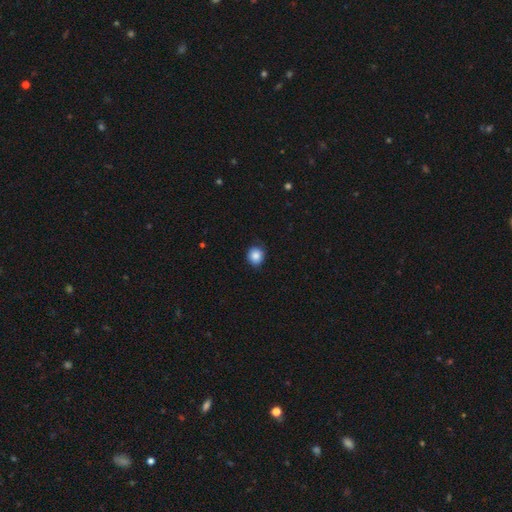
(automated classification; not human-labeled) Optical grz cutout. It shows a smooth galaxy with no disk features (86%) that is round (81%). Merging: none (80%).